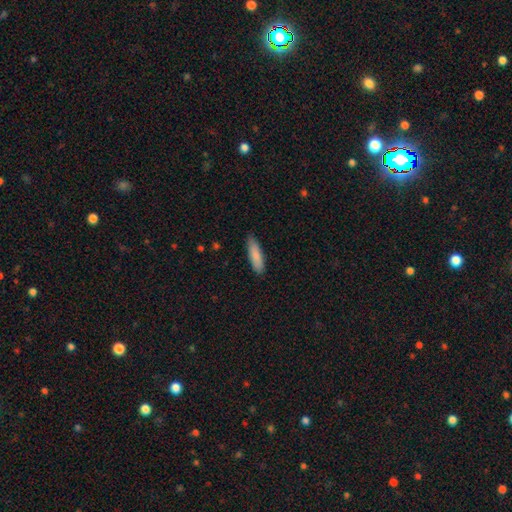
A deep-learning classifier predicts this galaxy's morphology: Smooth or featured: smooth — 86% (featured or disk — 9%)
How rounded: cigar-shaped — 64% (in between — 35%)
Merging: none — 87% (minor disturbance — 10%)